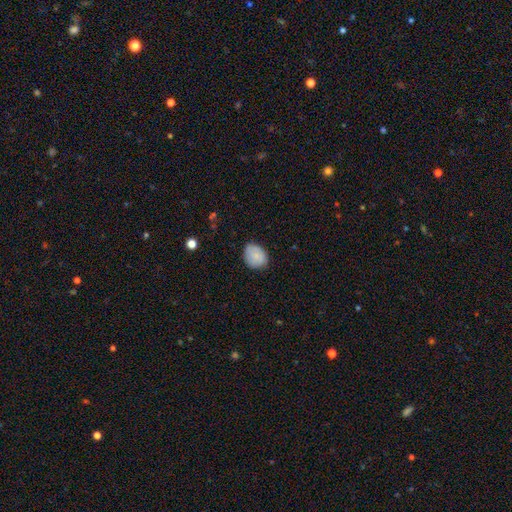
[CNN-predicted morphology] The model was most divided on "how rounded": round: 51%, in between: 48%, cigar-shaped: 1%. More confident: smooth or featured — smooth (83%); merging — none (80%).